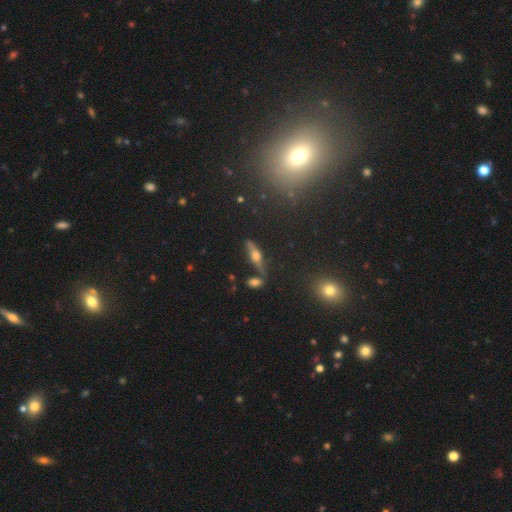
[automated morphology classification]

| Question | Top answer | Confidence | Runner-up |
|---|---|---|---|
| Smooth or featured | featured or disk | 66% | smooth (22%) |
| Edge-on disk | yes | 91% | no (9%) |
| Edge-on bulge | rounded | 95% | boxy (3%) |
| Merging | none | 78% | minor disturbance (11%) |